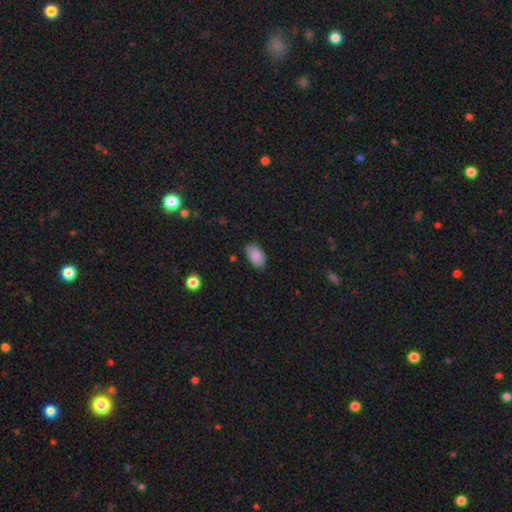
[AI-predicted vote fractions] Smooth or featured: smooth — 88% (star or artifact — 7%)
How rounded: in between — 93% (round — 6%)
Merging: none — 81% (minor disturbance — 15%)